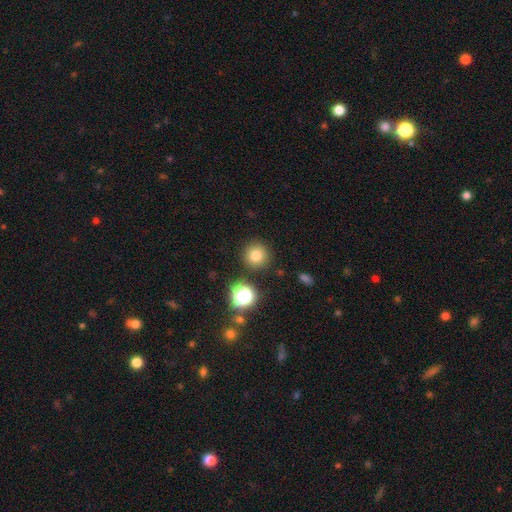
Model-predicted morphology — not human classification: A smooth galaxy with no disk features (78%) that is round (95%). Merging: none (88%).